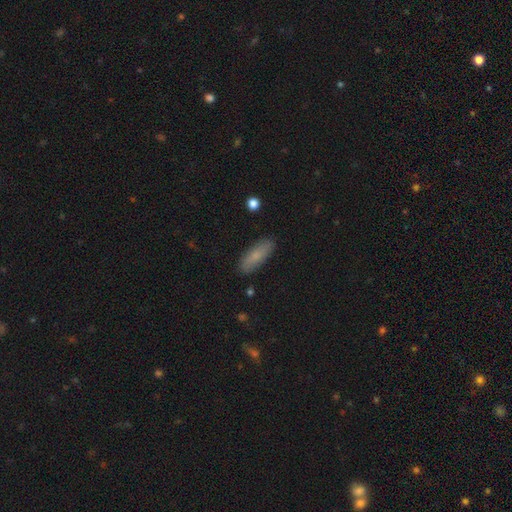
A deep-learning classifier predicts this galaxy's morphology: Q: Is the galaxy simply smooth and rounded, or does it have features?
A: smooth — 78%.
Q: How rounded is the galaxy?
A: in between — 52%.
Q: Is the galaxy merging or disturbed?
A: none — 87%.